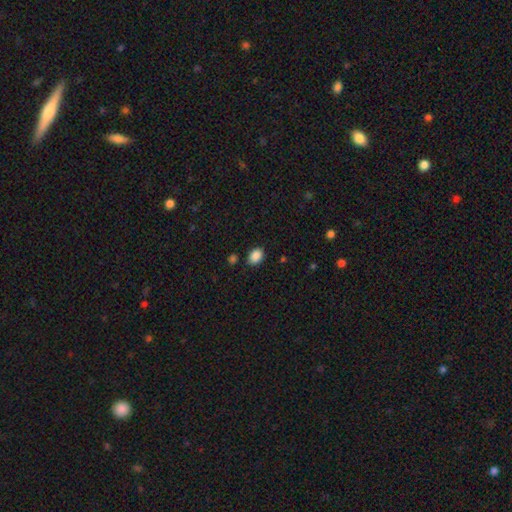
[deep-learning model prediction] Smooth or featured? Predicted: smooth (p=0.88). How rounded? Predicted: in between (p=0.76). Merging? Predicted: none (p=0.83).